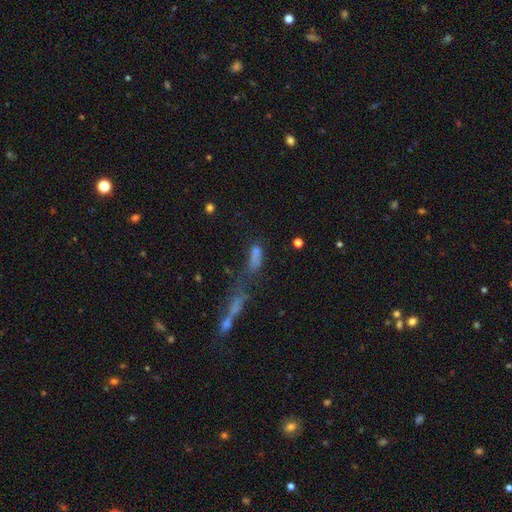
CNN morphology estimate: Smooth or featured: smooth — 51% (star or artifact — 26%)
How rounded: in between — 48% (cigar-shaped — 43%)
Merging: merger — 43% (none — 25%)